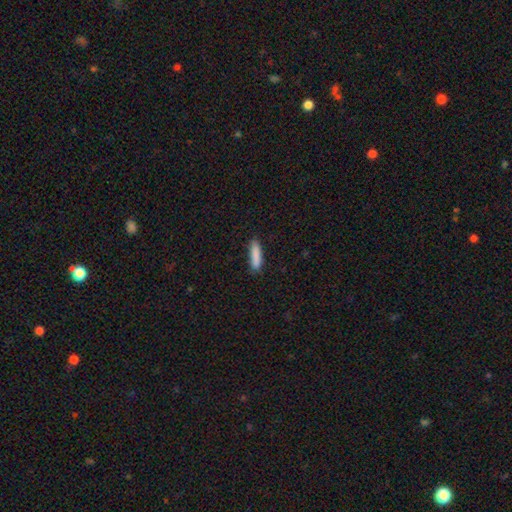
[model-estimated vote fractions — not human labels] Smooth or featured? smooth (88%)
How rounded? cigar-shaped (76%)
Merging? none (86%)